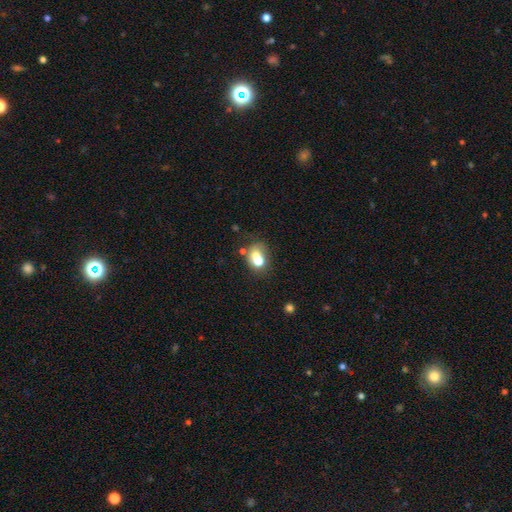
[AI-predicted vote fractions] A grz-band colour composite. It shows a smooth galaxy with no disk features (67%) that is in between round and cigar-shaped (51%). Merging: merger (37%).